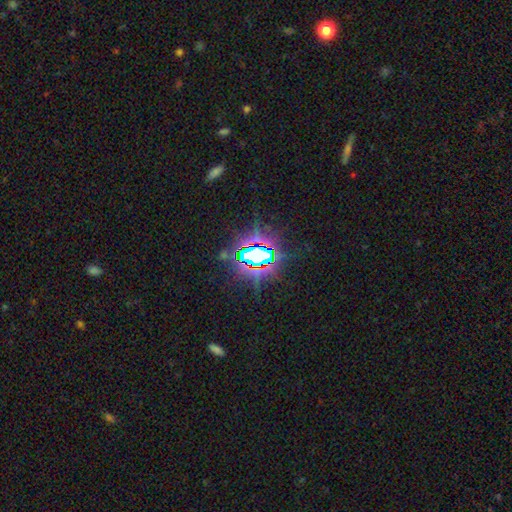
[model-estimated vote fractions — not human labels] The model was most divided on "smooth or featured": star or artifact: 79%, smooth: 11%, featured or disk: 10%.